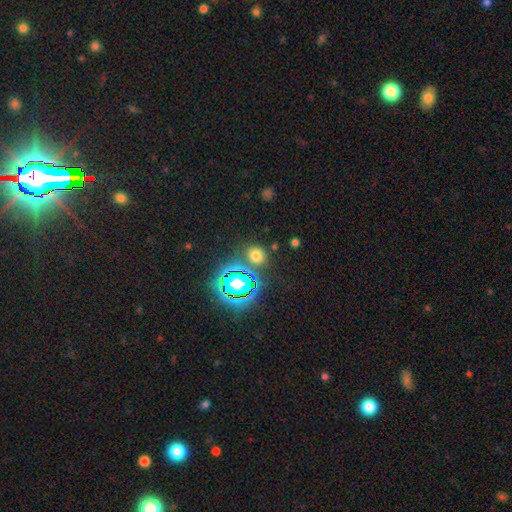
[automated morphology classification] smooth-or-featured: smooth: 61% | star or artifact: 32% | featured or disk: 7%
  how-rounded: round: 74% | in between: 24% | cigar-shaped: 1%
  merging: none: 81% | minor disturbance: 9% | merger: 6% | major disturbance: 4%